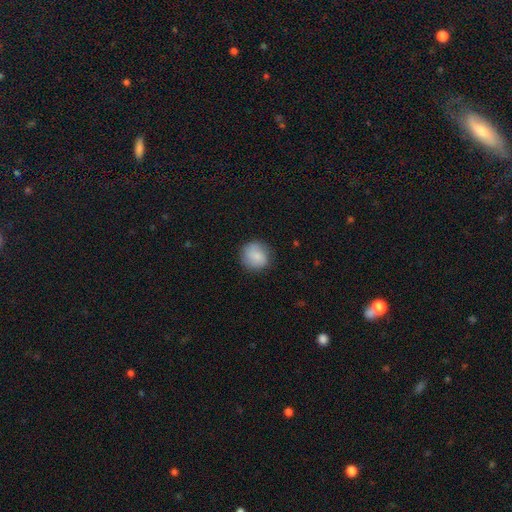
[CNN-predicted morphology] Smooth or featured?
  - smooth: 84% *
  - featured or disk: 9%
  - star or artifact: 7%
How rounded?
  - round: 89% *
  - in between: 10%
  - cigar-shaped: 1%
Merging?
  - none: 83% *
  - minor disturbance: 13%
  - major disturbance: 3%
  - merger: 1%